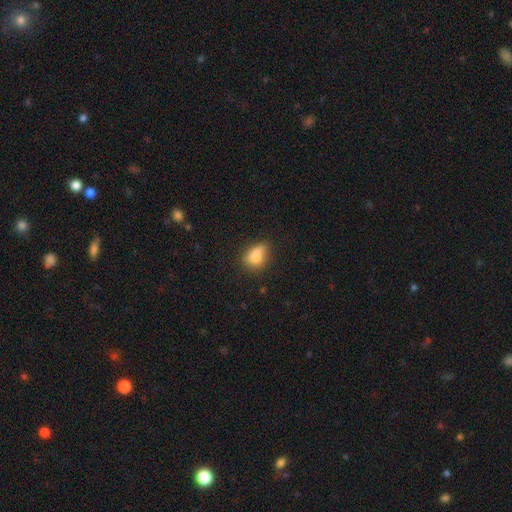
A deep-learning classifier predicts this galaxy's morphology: Overall: smooth (81%). How rounded: in between (78%). Merging: none (49%; minor disturbance 34%).